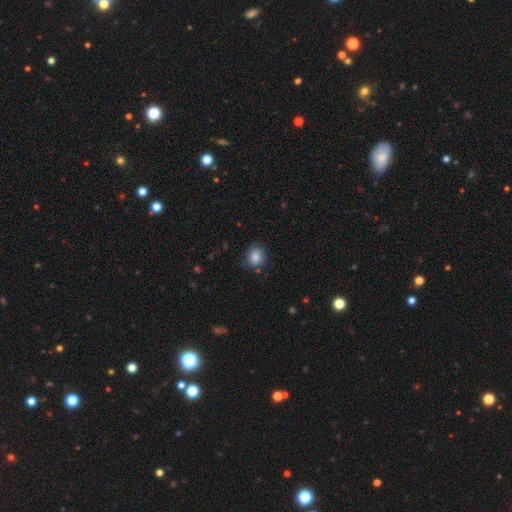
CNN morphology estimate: Overall: smooth (85%). How rounded: round (62%; in between 37%). Merging: none (76%).